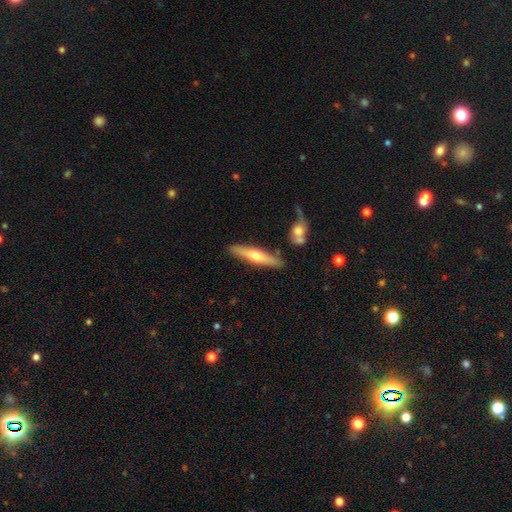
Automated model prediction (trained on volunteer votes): This is possibly a featured or disk galaxy (54%). It is clearly viewed edge-on (93%). Edge-on bulge: clearly rounded (89%). Merging: clearly none (85%).